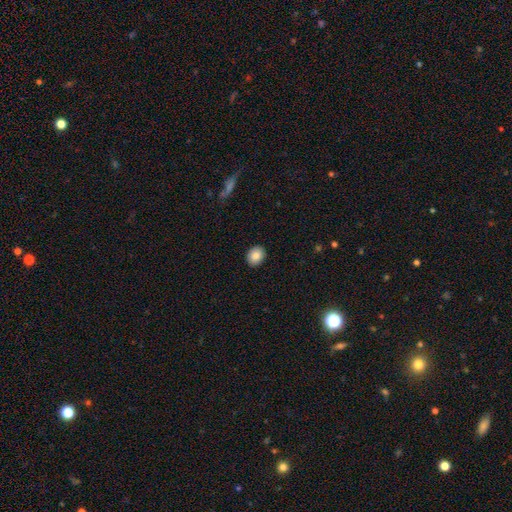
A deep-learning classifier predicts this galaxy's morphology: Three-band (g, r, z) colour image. It shows a smooth galaxy with no disk features (86%) that is in between round and cigar-shaped (51%). Merging: none (91%).